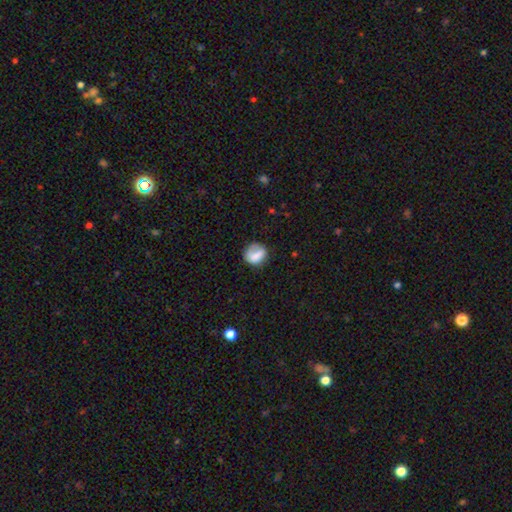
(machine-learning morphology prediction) smooth_or_featured: smooth (p=0.74) [alt: featured or disk p=0.18]
how_rounded: round (p=0.75) [alt: in between p=0.24]
merging: none (p=0.57) [alt: minor disturbance p=0.25]